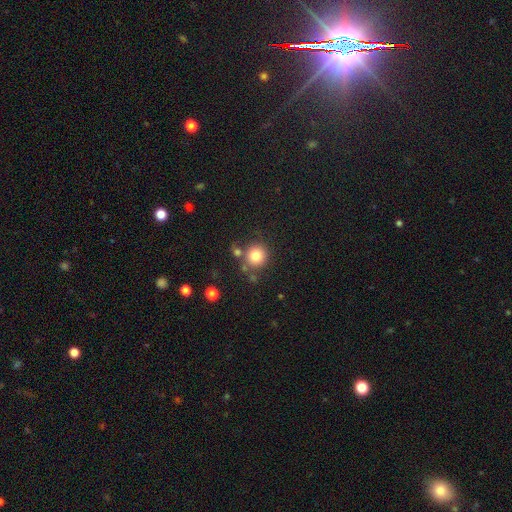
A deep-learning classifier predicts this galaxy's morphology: Smooth or featured? Predicted: smooth (p=0.81). How rounded? Predicted: round (p=0.91). Merging? Predicted: none (p=0.74).